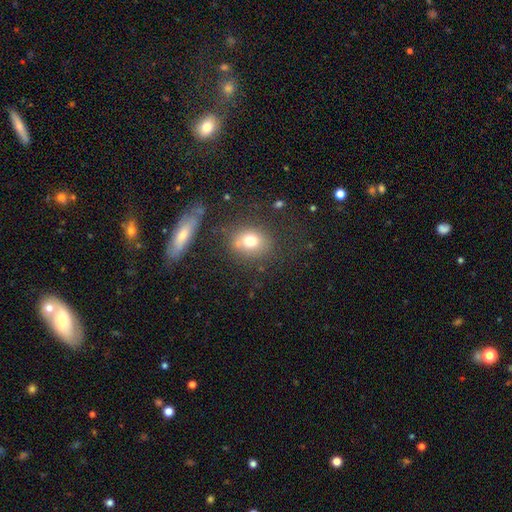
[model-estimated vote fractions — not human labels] A smooth galaxy with no disk features (60%) that is round (53%).

Vote fractions:
- Smooth or featured? smooth: 60% / star or artifact: 24% / featured or disk: 16%
- How rounded? round: 53% / in between: 43% / cigar-shaped: 4%
- Merging? none: 75% / minor disturbance: 13% / merger: 7% / major disturbance: 5%